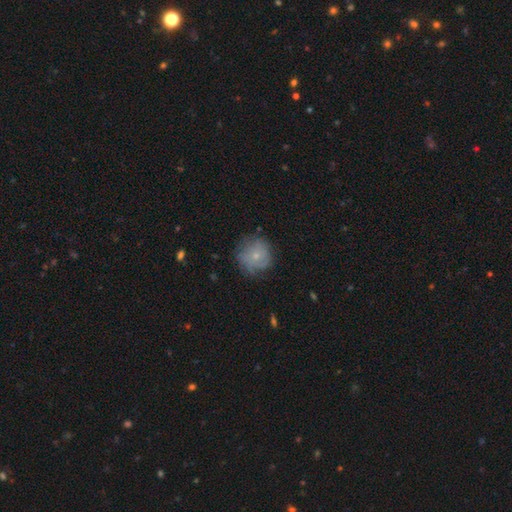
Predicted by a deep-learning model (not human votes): This is likely a smooth galaxy (64%). How rounded: clearly round (90%). Merging: likely none (67%).